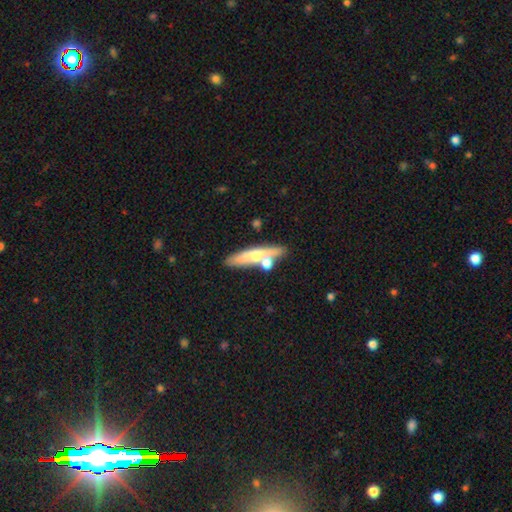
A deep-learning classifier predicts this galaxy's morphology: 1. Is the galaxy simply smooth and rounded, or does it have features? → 51% smooth, 42% featured or disk, 7% star or artifact.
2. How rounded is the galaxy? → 76% cigar-shaped, 20% in between, 4% round.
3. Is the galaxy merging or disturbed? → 68% none, 16% merger, 12% minor disturbance, 3% major disturbance.